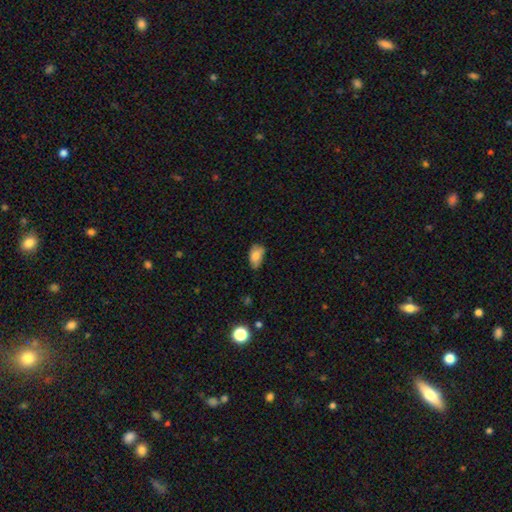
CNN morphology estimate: This is likely a smooth galaxy (77%). How rounded: clearly in between (92%). Merging: possibly none (58%).